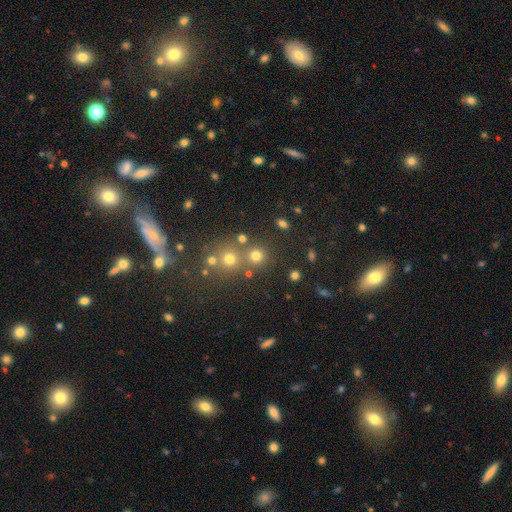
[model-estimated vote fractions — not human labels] This is likely a smooth galaxy (72%). How rounded: clearly round (90%). Merging: likely none (71%).